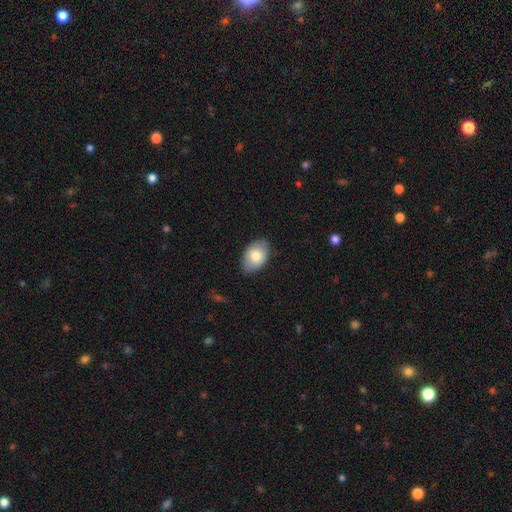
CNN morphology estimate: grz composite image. It shows a smooth galaxy with no disk features (77%) that is in between round and cigar-shaped (89%). Merging: none (81%).